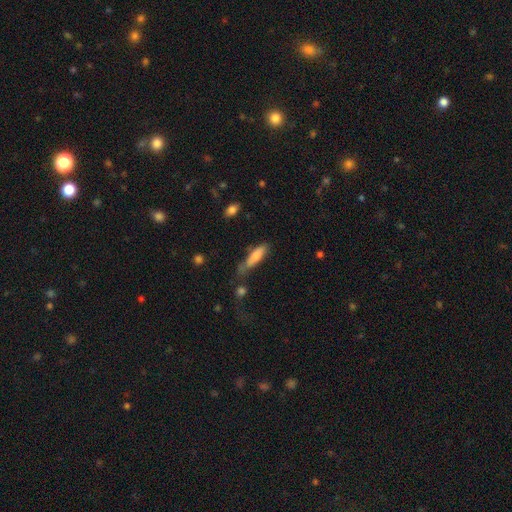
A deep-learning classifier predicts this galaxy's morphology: smooth 72%, featured or disk 21%, star or artifact 7%. Down the decision tree: how rounded — cigar-shaped (61%); merging — none (44%).